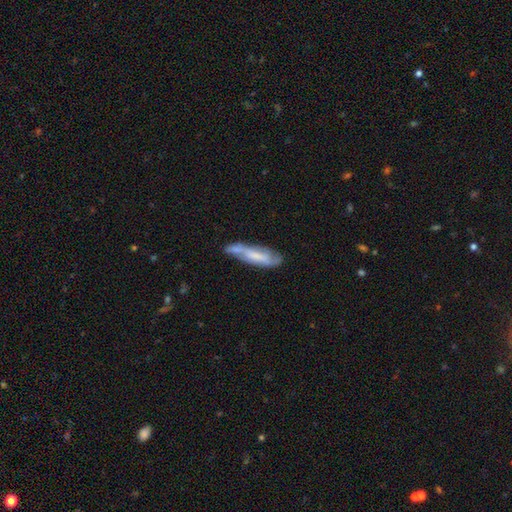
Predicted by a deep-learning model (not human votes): A smooth galaxy with no disk features (48%).

Vote fractions:
- Smooth or featured? smooth: 48% / featured or disk: 45% / star or artifact: 7%
- Merging? none: 50% / minor disturbance: 29% / merger: 11% / major disturbance: 10%